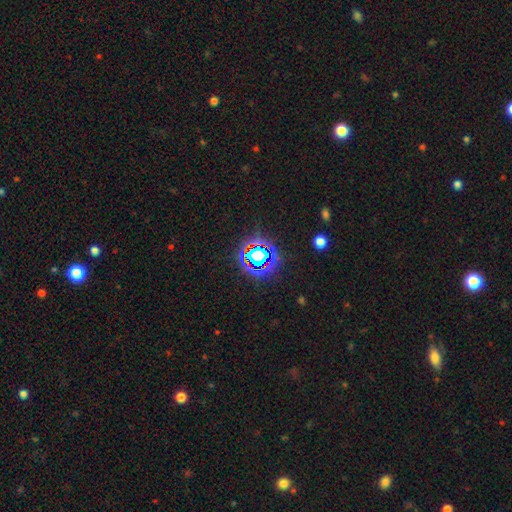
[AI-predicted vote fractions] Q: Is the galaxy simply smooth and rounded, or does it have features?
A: star or artifact — 72%.